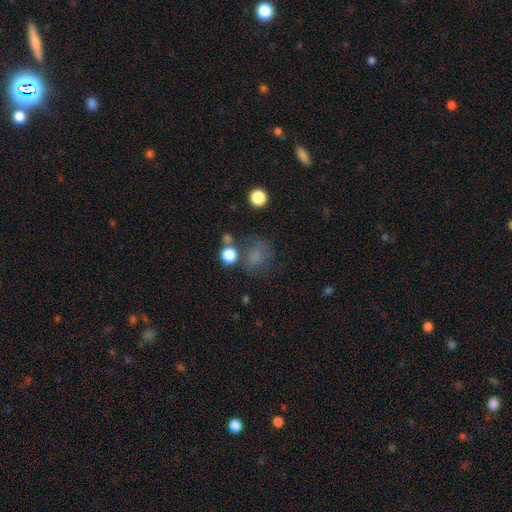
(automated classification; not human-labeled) The model was most divided on "how rounded": round: 60%, in between: 39%, cigar-shaped: 1%. More confident: smooth or featured — smooth (70%); merging — none (55%).